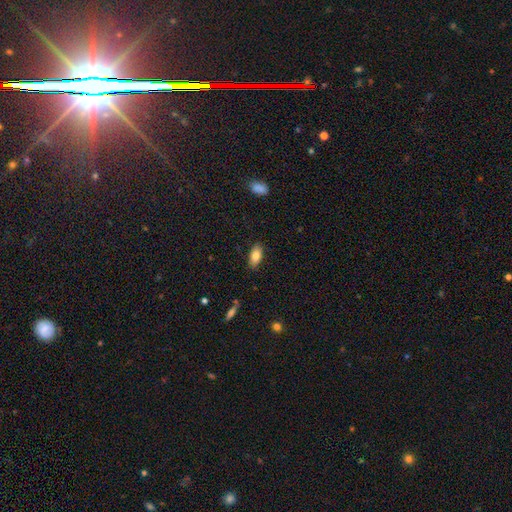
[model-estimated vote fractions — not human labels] This is clearly a smooth galaxy (82%). How rounded: clearly in between (89%). Merging: clearly none (86%).